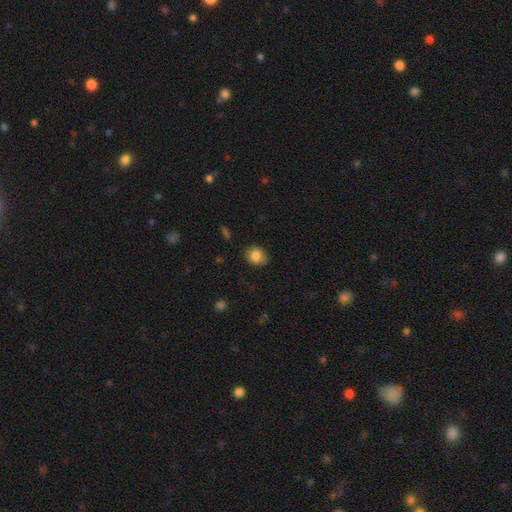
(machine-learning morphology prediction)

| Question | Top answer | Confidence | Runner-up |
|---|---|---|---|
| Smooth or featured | smooth | 84% | star or artifact (9%) |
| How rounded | round | 61% | in between (38%) |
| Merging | none | 81% | minor disturbance (15%) |